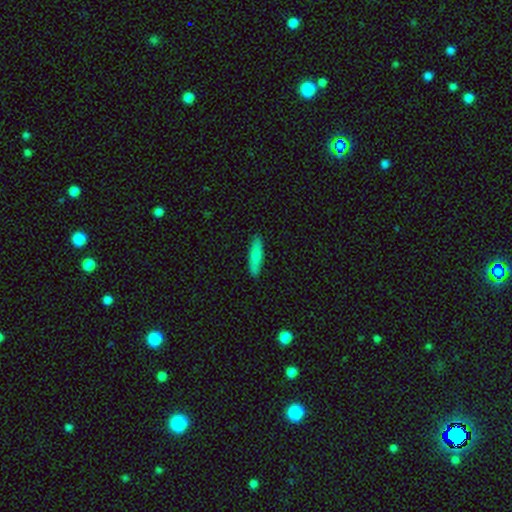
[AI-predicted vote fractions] Overall: smooth (82%). How rounded: cigar-shaped (71%). Merging: none (88%).